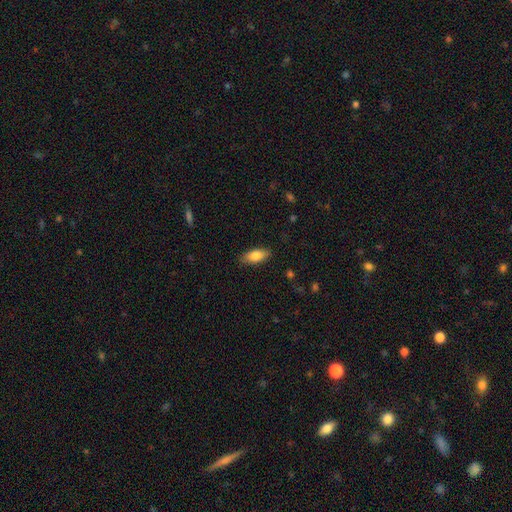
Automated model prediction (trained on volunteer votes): Smooth or featured?
  - smooth: 80% *
  - featured or disk: 13%
  - star or artifact: 7%
How rounded?
  - in between: 79% *
  - cigar-shaped: 19%
  - round: 2%
Merging?
  - none: 86% *
  - minor disturbance: 11%
  - major disturbance: 2%
  - merger: 1%